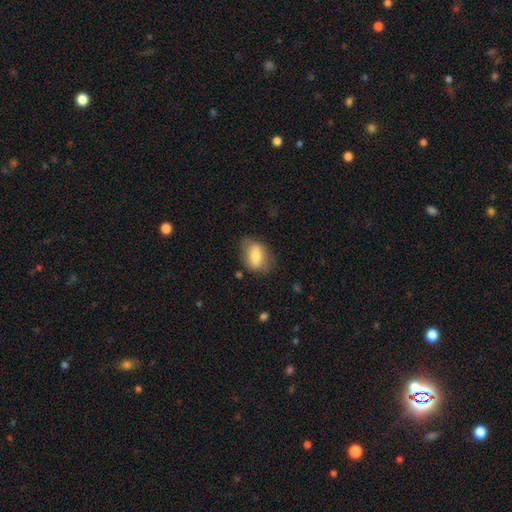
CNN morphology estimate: The model was most divided on "merging": none: 66%, minor disturbance: 24%, major disturbance: 8%, merger: 2%. More confident: how rounded — in between (81%); smooth or featured — smooth (75%).